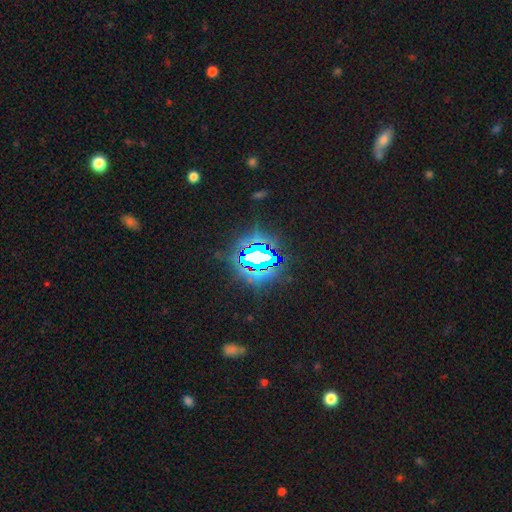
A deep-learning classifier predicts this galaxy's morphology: type=star or artifact (77%).